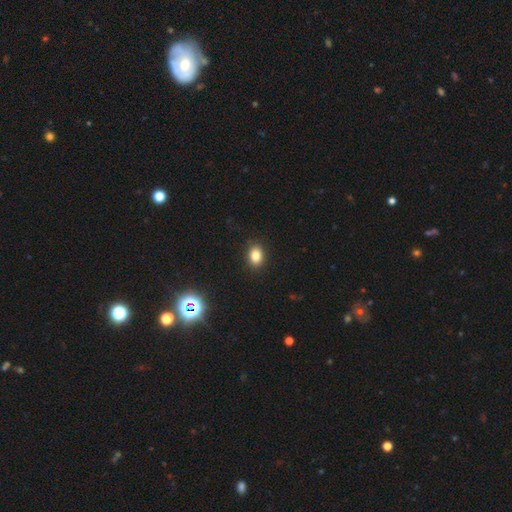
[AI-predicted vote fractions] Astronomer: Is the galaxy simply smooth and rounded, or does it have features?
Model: smooth — 82%.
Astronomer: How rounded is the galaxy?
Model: in between — 72%.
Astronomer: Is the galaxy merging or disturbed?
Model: none — 89%.